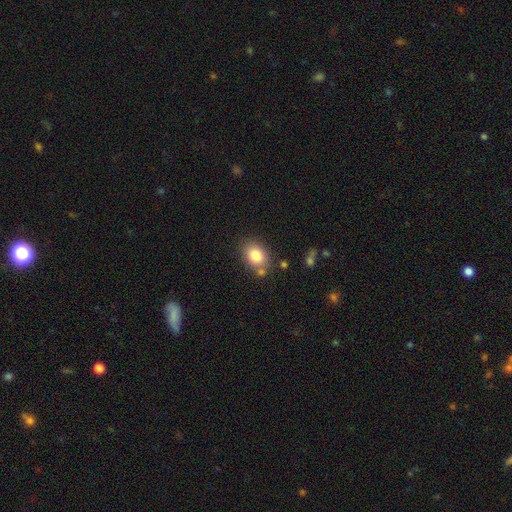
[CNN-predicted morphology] smooth_or_featured: smooth (p=0.82) [alt: star or artifact p=0.09]
how_rounded: in between (p=0.64) [alt: round p=0.35]
merging: none (p=0.72) [alt: minor disturbance p=0.14]